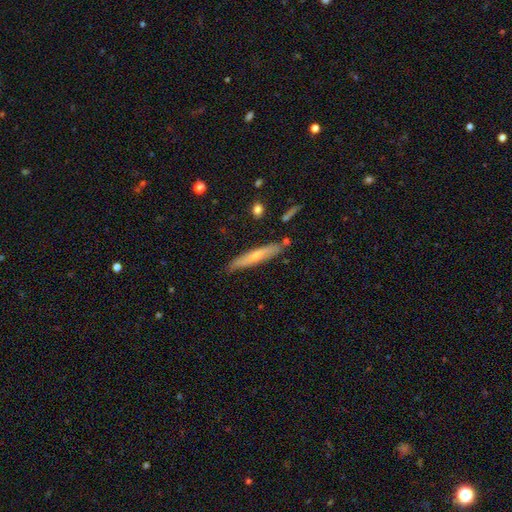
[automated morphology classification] This is possibly a smooth galaxy (56%). How rounded: clearly cigar-shaped (92%). Merging: clearly none (83%).